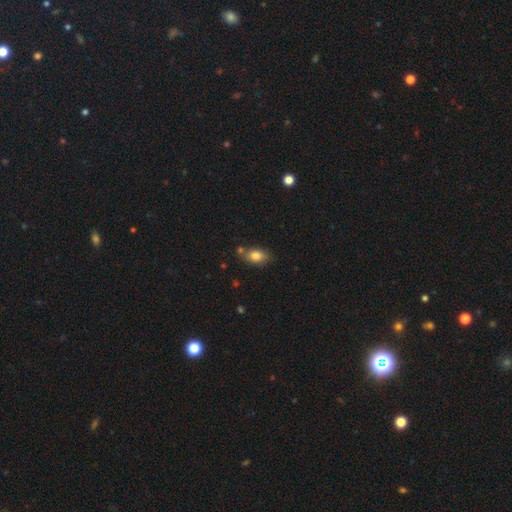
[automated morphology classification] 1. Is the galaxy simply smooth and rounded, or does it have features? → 82% smooth, 9% featured or disk, 8% star or artifact.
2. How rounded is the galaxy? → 84% in between, 13% round, 3% cigar-shaped.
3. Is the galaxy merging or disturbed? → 68% none, 17% minor disturbance, 11% merger, 4% major disturbance.